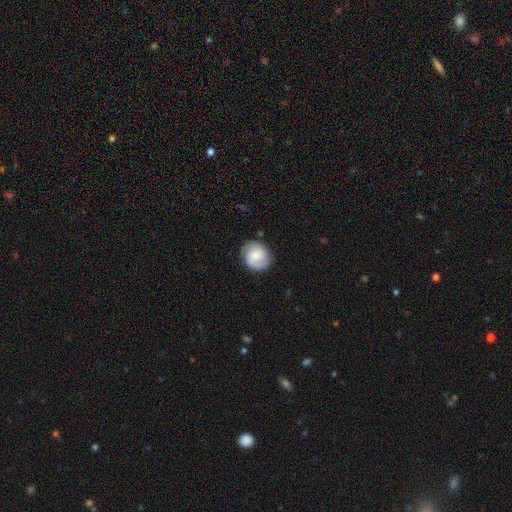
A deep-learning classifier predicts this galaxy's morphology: type=smooth (51%); roundness=round (75%); merging=none (82%).